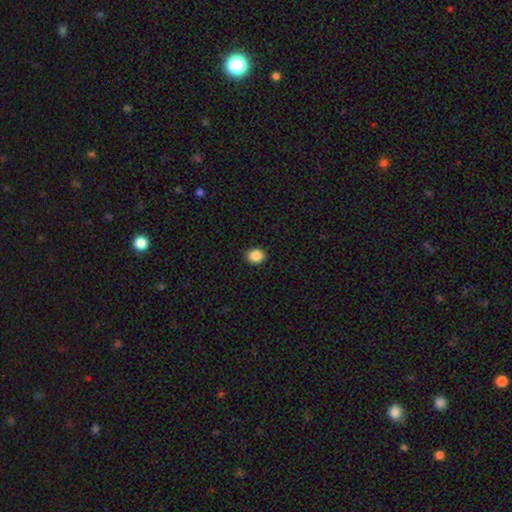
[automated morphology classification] This appears to be a smooth galaxy with no disk features (89%) that is round (62%). Merging: none (91%).